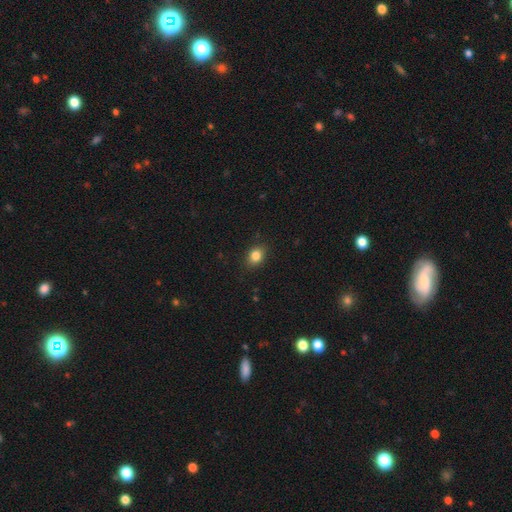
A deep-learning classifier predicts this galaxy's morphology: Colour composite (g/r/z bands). It shows a smooth galaxy with no disk features (84%) that is in between round and cigar-shaped (56%). Merging: none (87%).